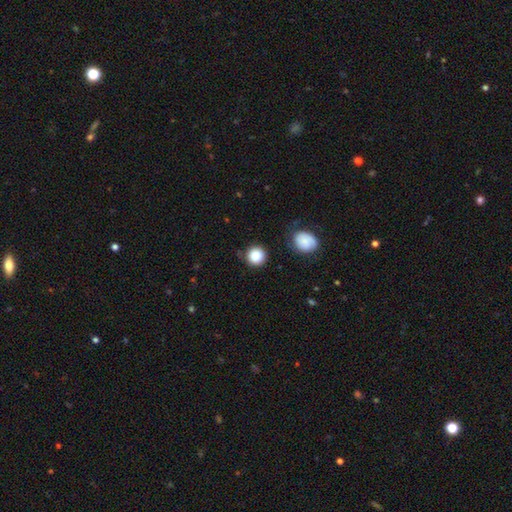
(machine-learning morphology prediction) Smooth or featured? smooth (87%)
How rounded? round (93%)
Merging? none (83%)